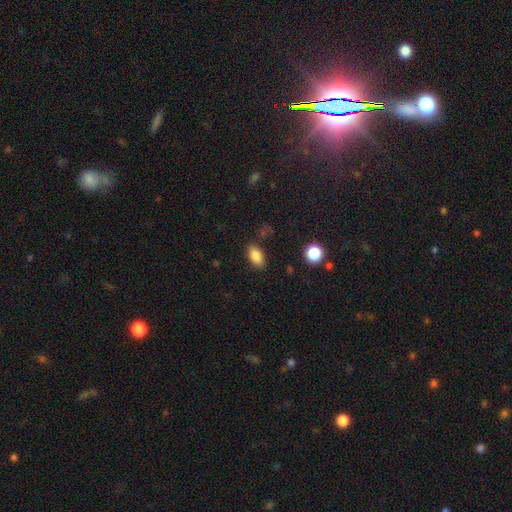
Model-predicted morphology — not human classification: smooth_or_featured: smooth (p=0.85) [alt: star or artifact p=0.09]
how_rounded: in between (p=0.90) [alt: round p=0.07]
merging: none (p=0.83) [alt: minor disturbance p=0.11]